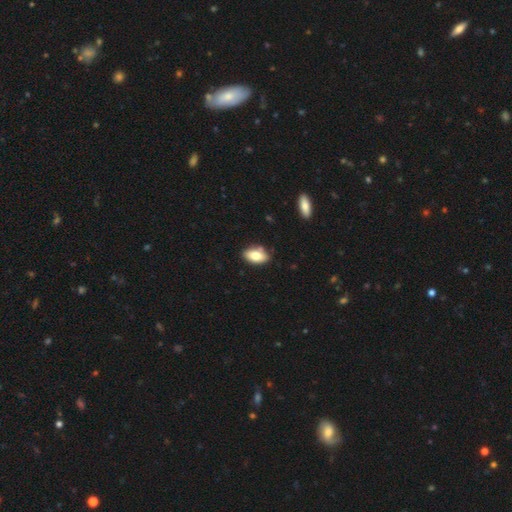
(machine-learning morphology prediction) Overall: smooth (80%). How rounded: in between (91%). Merging: none (76%).